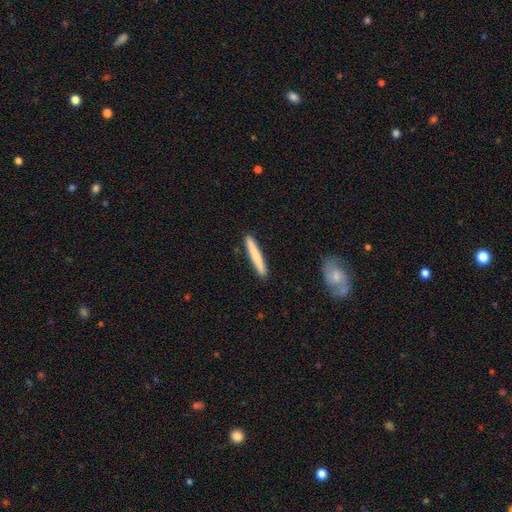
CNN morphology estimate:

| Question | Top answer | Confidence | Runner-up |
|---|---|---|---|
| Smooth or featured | smooth | 72% | featured or disk (22%) |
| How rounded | cigar-shaped | 96% | in between (3%) |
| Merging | none | 91% | minor disturbance (6%) |